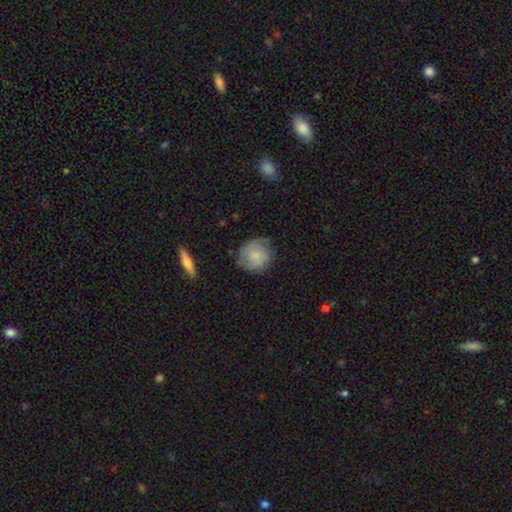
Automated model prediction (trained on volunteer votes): This is likely a smooth galaxy (70%). How rounded: clearly round (88%). Merging: likely none (69%).